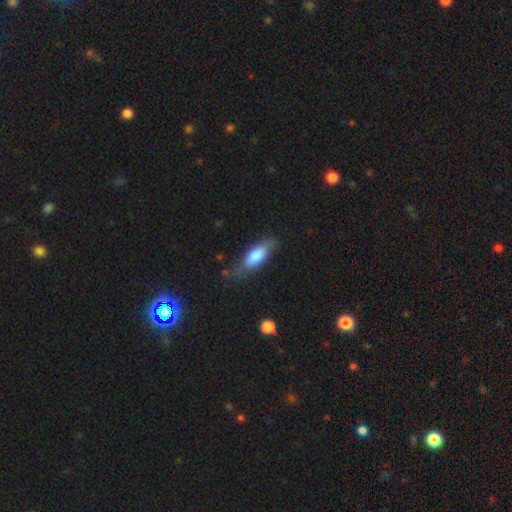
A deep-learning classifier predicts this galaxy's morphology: A smooth galaxy with no disk features (74%) that is in between round and cigar-shaped (69%). Merging: none (62%).